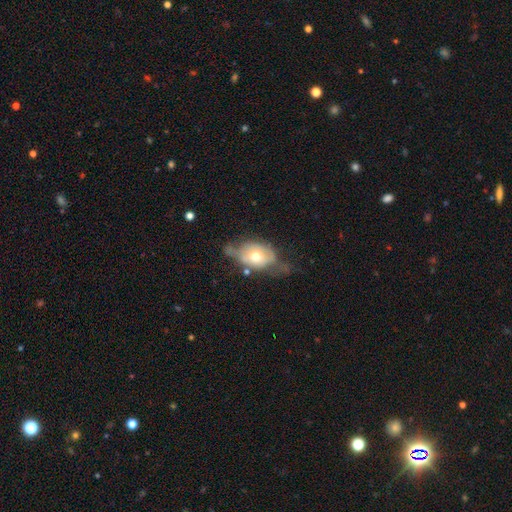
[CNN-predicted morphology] smooth 51%, featured or disk 42%, star or artifact 7%. Down the decision tree: how rounded — in between (79%); merging — minor disturbance (33%, tied with none).